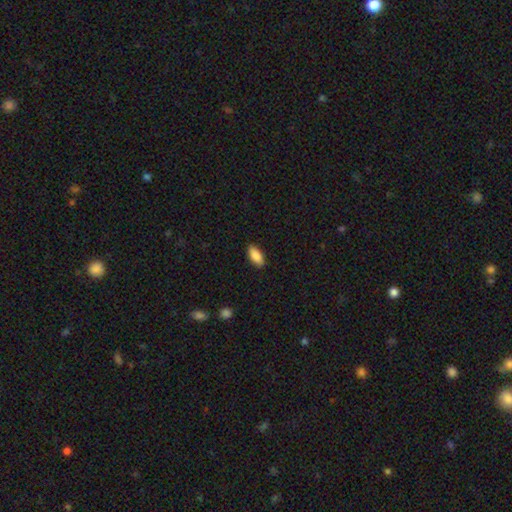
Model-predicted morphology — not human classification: smooth-or-featured: smooth: 88% | star or artifact: 6% | featured or disk: 5%
  how-rounded: in between: 86% | cigar-shaped: 12% | round: 2%
  merging: none: 89% | minor disturbance: 8% | major disturbance: 2% | merger: 1%